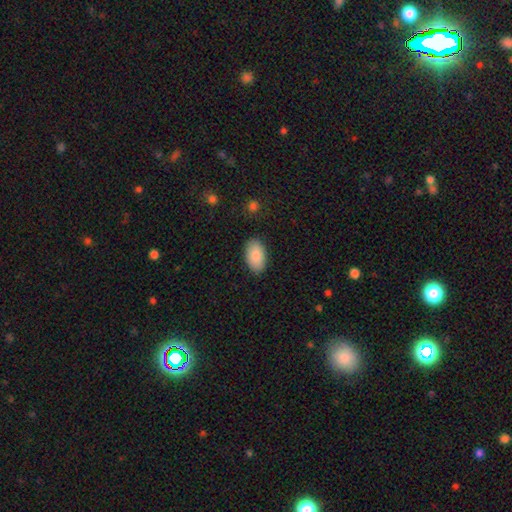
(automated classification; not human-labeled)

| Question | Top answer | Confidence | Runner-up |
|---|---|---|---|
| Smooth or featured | smooth | 87% | featured or disk (7%) |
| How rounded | in between | 94% | round (4%) |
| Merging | none | 87% | minor disturbance (10%) |